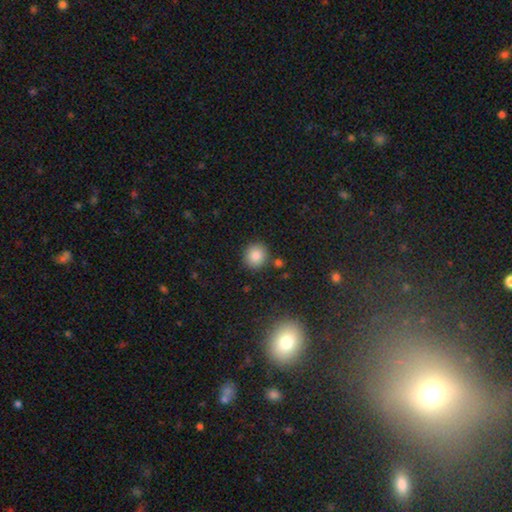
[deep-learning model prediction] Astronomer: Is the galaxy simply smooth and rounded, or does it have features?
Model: smooth — 85%.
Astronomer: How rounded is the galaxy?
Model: round — 85%.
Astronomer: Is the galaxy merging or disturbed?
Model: none — 84%.